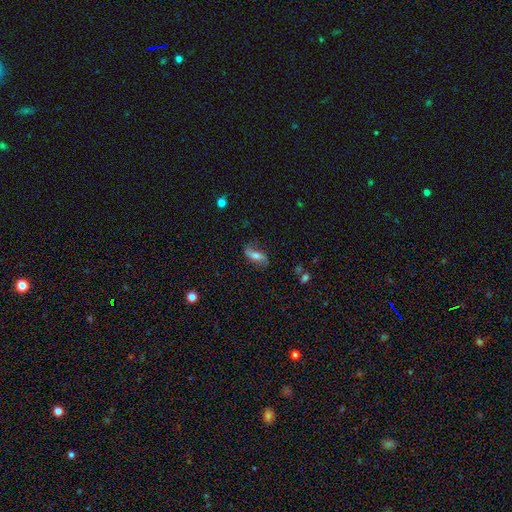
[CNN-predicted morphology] A featured or disk galaxy (51%). Merging: none (72%).